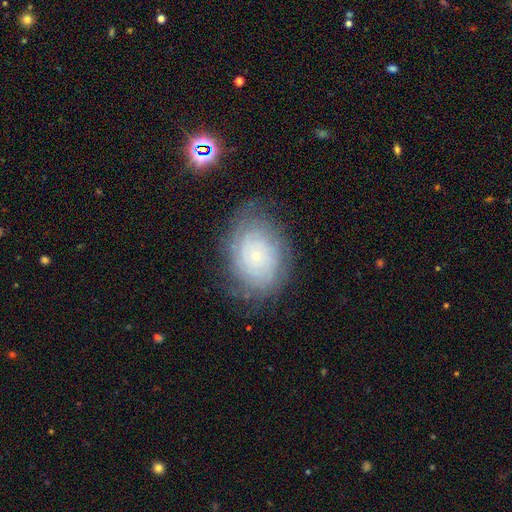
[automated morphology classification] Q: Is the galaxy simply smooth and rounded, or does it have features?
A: featured or disk — 68%.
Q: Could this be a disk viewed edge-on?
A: no — 96%.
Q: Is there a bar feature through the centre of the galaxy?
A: no — 86%.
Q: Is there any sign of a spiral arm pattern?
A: yes — 87%.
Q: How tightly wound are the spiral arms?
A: tight — 80%.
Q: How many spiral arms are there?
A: can't tell — 54%.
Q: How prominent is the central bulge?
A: small — 87%.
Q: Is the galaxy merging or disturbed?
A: none — 75%.